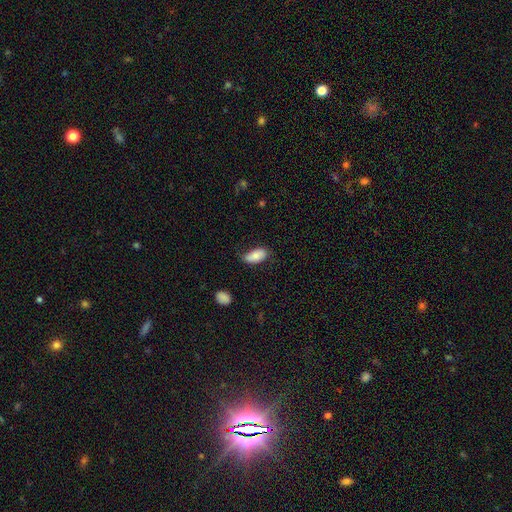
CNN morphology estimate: type=smooth (81%); roundness=in between (93%); merging=none (62%).